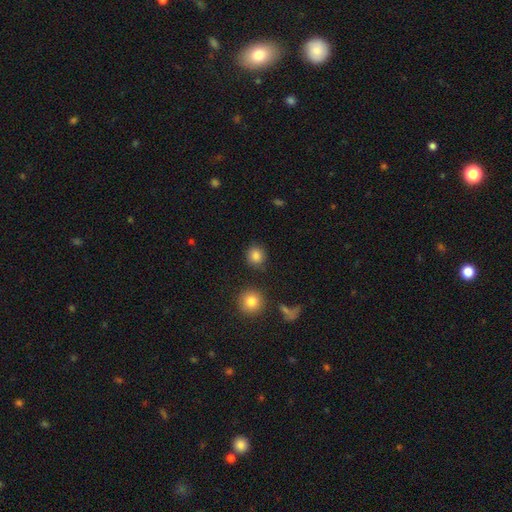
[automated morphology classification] Smooth or featured: smooth — 85% (star or artifact — 11%)
How rounded: round — 88% (in between — 11%)
Merging: none — 86% (minor disturbance — 8%)